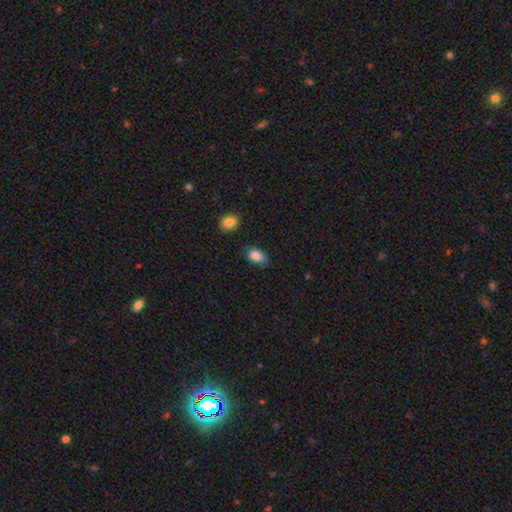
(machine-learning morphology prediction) This appears to be a smooth galaxy with no disk features (87%) that is in between round and cigar-shaped (88%). Merging: none (79%).